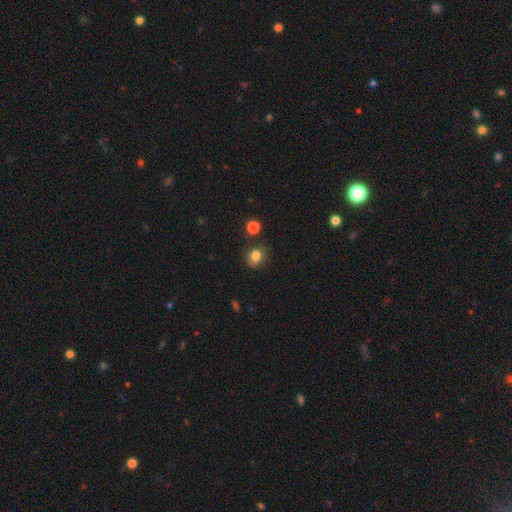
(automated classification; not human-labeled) Overall: smooth (81%). How rounded: round (64%; in between 35%). Merging: none (74%).